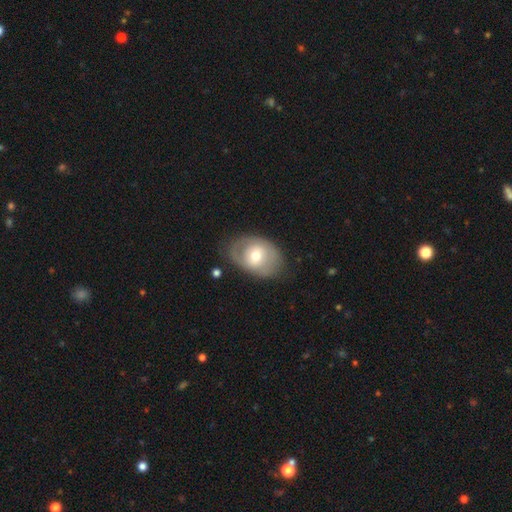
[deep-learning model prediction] Morphology: type=smooth (48%); merging=none (69%).